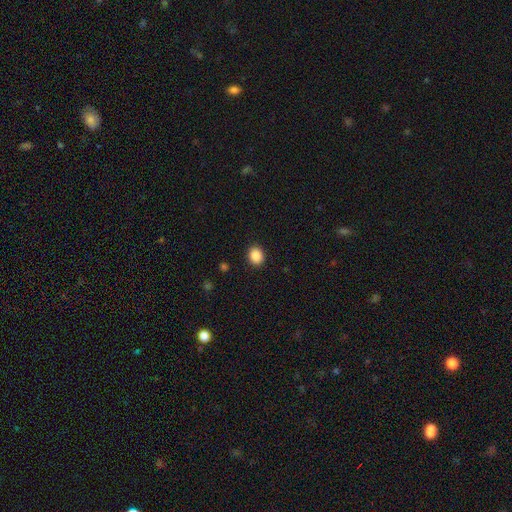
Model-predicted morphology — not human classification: Q: Smooth or featured?
A: smooth (88%); runner-up: star or artifact (9%)
Q: How rounded?
A: round (66%); runner-up: in between (33%)
Q: Merging?
A: none (91%); runner-up: minor disturbance (6%)